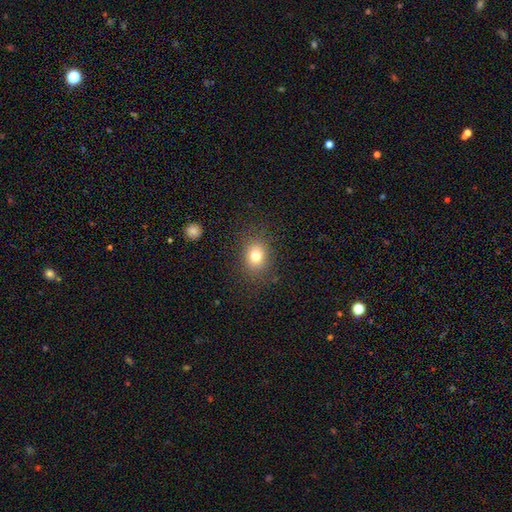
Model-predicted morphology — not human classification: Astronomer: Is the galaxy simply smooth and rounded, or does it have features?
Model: smooth — 78%.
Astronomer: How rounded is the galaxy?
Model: round — 53% (runner-up: in between, 46%).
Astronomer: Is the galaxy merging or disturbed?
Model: none — 84%.